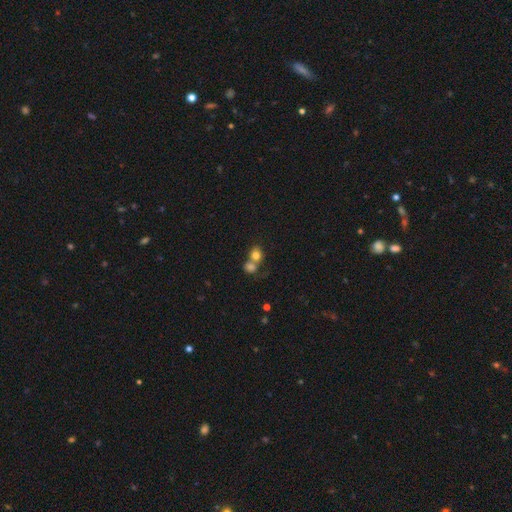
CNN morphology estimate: smooth 78%, star or artifact 12%, featured or disk 10%. Down the decision tree: how rounded — round (73%); merging — merger (56%).